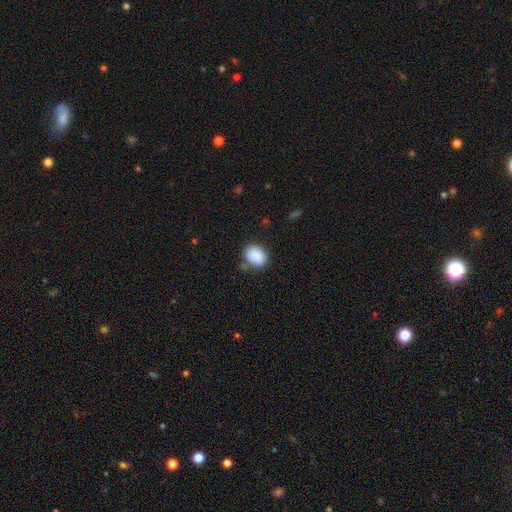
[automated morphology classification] A smooth galaxy with no disk features (89%) that is in between round and cigar-shaped (69%).

Vote fractions:
- Smooth or featured? smooth: 89% / star or artifact: 7% / featured or disk: 4%
- How rounded? in between: 69% / round: 30% / cigar-shaped: 1%
- Merging? none: 73% / minor disturbance: 18% / major disturbance: 5% / merger: 4%